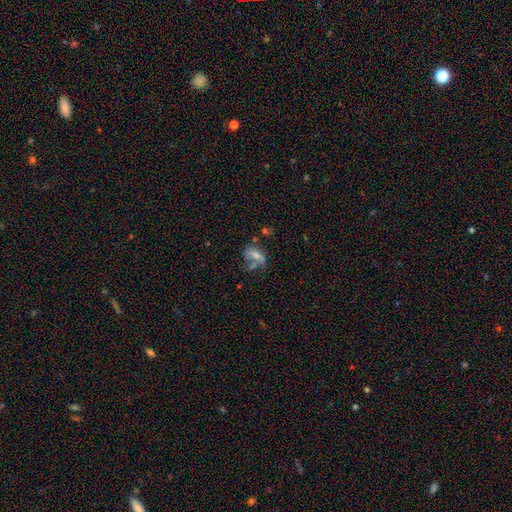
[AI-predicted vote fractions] This appears to be a smooth galaxy with no disk features (53%) that is in between round and cigar-shaped (76%). Merging: none (35%).